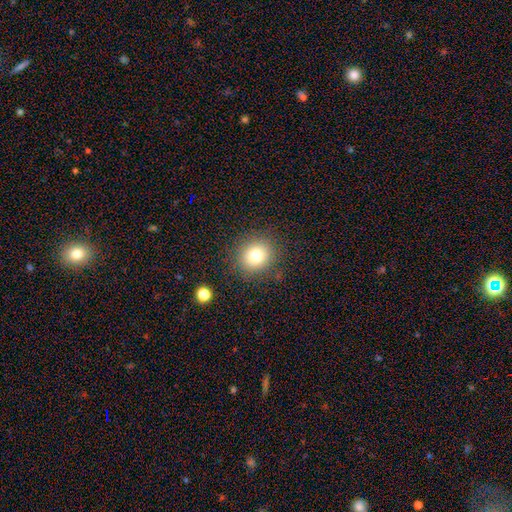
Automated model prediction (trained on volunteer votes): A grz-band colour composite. It shows a smooth galaxy with no disk features (76%) that is round (80%). Merging: none (87%).